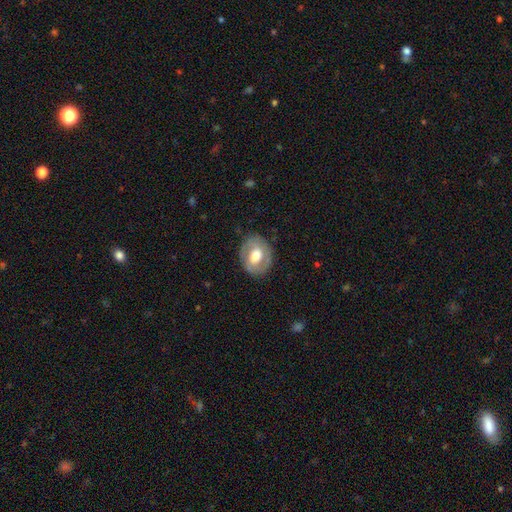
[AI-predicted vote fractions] Overall: featured or disk (56%; smooth 38%). Edge-on disk: no (95%). Bar: no (50%; weak 35%). Spiral arms: no (53%; yes 47%). Bulge size: moderate (53%; large 37%). Merging: none (80%).